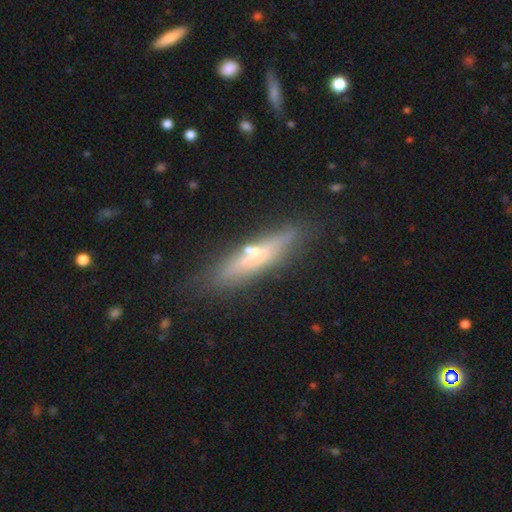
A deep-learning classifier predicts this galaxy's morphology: Smooth or featured? Predicted: featured or disk (p=0.58). Edge-on disk? Predicted: yes (p=0.90). Edge-on bulge? Predicted: rounded (p=0.62). Merging? Predicted: none (p=0.80).